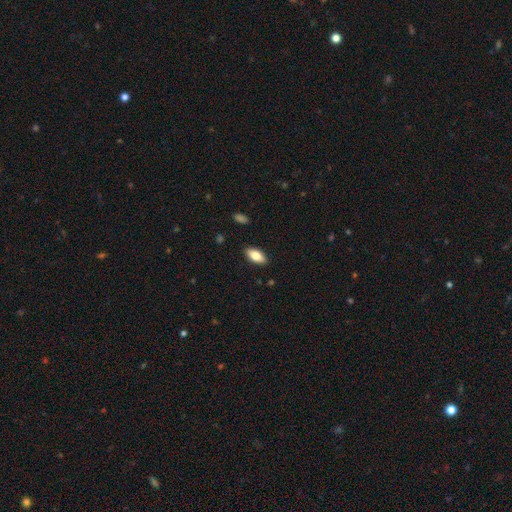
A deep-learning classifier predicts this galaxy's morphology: smooth 82%, featured or disk 12%, star or artifact 7%. Down the decision tree: how rounded — in between (89%); merging — none (89%).